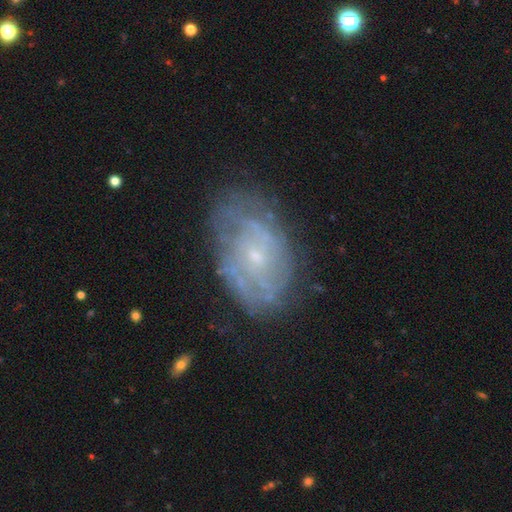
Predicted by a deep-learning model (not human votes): A featured or disk galaxy (75%) with no bar (71%), tight (55%) spiral arms (78%) and a small central bulge (77%).

Vote fractions:
- Smooth or featured? featured or disk: 75% / smooth: 17% / star or artifact: 8%
- Edge-on disk? no: 96% / yes: 4%
- Bar? no: 71% / weak: 25% / strong: 4%
- Spiral arms? yes: 78% / no: 22%
- Spiral winding? tight: 55% / medium: 32% / loose: 12%
- Spiral arm count? can't tell: 52% / 2: 22% / 3: 10% / 4: 7% / more than 4: 5% / 1: 4%
- Bulge size? small: 77% / moderate: 17% / none: 4% / large: 1% / dominant: 1%
- Merging? none: 69% / minor disturbance: 21% / major disturbance: 9% / merger: 2%